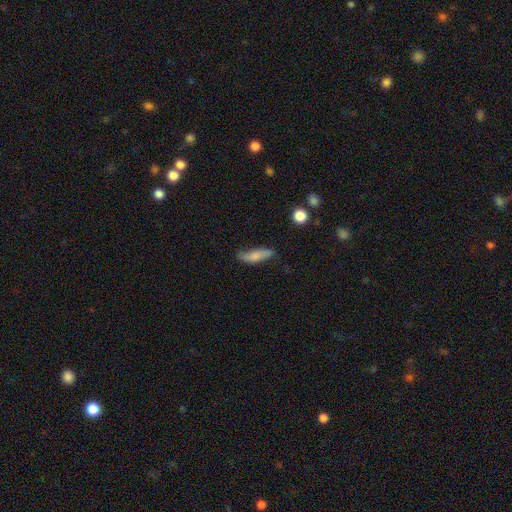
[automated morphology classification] type=smooth (67%); roundness=cigar-shaped (54%); merging=none (66%).